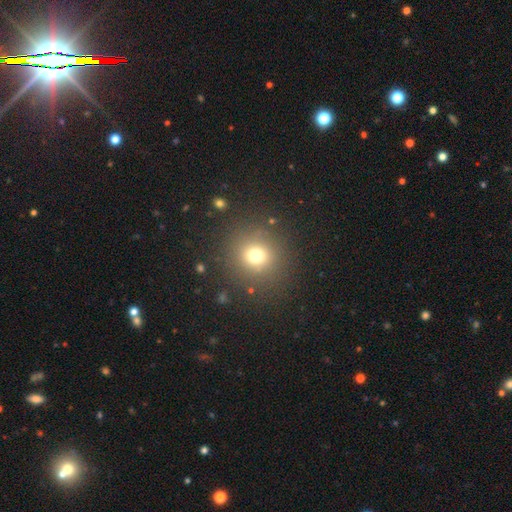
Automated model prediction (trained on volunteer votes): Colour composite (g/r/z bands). It shows a smooth galaxy with no disk features (71%) that is round (92%). Merging: none (86%).